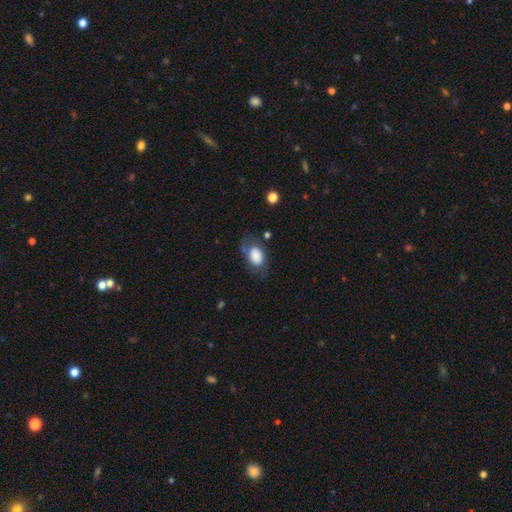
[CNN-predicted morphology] Q: Smooth or featured?
A: smooth (74%); runner-up: featured or disk (18%)
Q: How rounded?
A: in between (82%); runner-up: round (16%)
Q: Merging?
A: none (56%); runner-up: minor disturbance (25%)